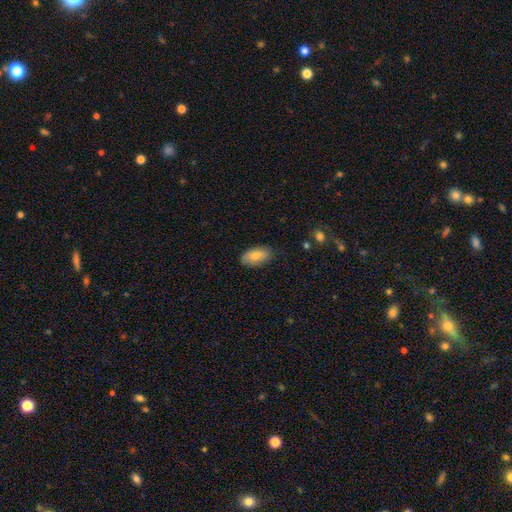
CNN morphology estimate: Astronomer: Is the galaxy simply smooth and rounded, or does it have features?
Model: smooth — 79%.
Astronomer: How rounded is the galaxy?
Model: in between — 92%.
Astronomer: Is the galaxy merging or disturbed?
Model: none — 75%.